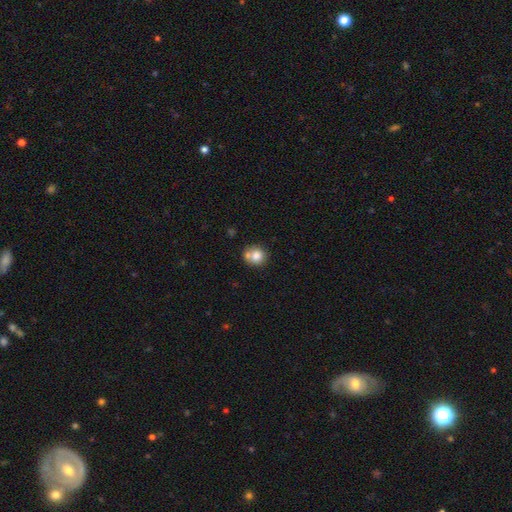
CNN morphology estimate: type=smooth (79%); roundness=round (84%); merging=none (53%).